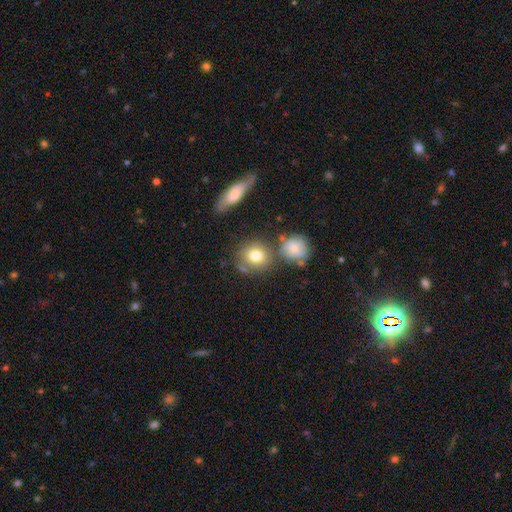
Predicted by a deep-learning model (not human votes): A smooth galaxy with no disk features (78%) that is round (83%). Merging: none (63%).